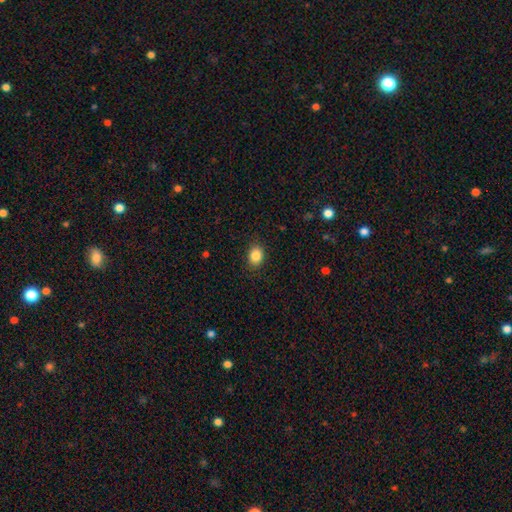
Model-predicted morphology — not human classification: type=smooth (86%); roundness=in between (54%); merging=none (88%).